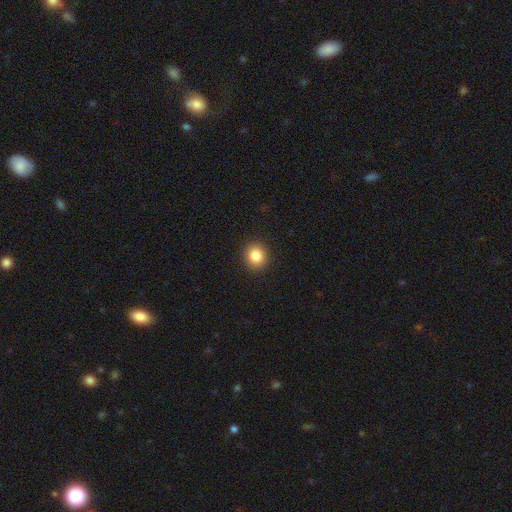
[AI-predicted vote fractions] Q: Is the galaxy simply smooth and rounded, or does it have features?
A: smooth — 85%.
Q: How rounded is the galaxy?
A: round — 86%.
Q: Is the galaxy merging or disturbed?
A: none — 92%.